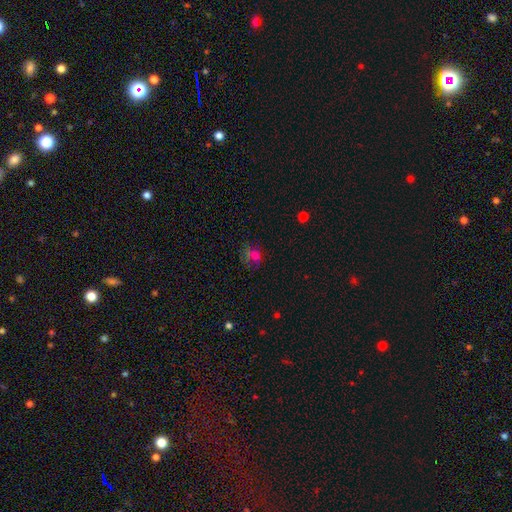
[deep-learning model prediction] The model was most divided on "merging": none: 49%, major disturbance: 22%, minor disturbance: 21%, merger: 7%. More confident: how rounded — round (65%); smooth or featured — smooth (57%).